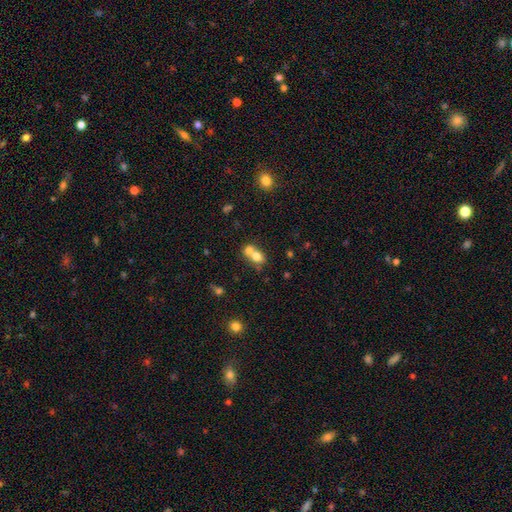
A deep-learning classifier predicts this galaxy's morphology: Smooth or featured?
  - smooth: 73% *
  - featured or disk: 16%
  - star or artifact: 11%
How rounded?
  - round: 53% *
  - in between: 46%
  - cigar-shaped: 2%
Merging?
  - merger: 67% *
  - none: 24%
  - minor disturbance: 6%
  - major disturbance: 3%